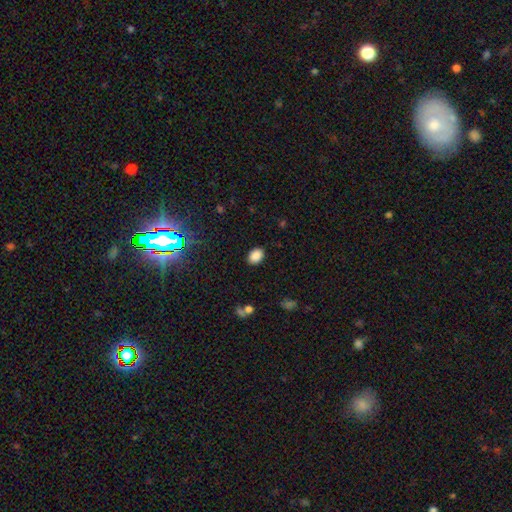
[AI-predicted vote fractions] A smooth galaxy with no disk features (86%) that is in between round and cigar-shaped (74%).

Vote fractions:
- Smooth or featured? smooth: 86% / star or artifact: 10% / featured or disk: 4%
- How rounded? in between: 74% / round: 25% / cigar-shaped: 1%
- Merging? none: 88% / minor disturbance: 8% / major disturbance: 3% / merger: 1%